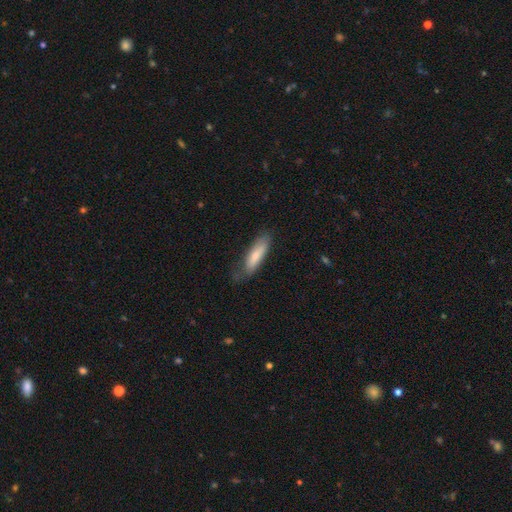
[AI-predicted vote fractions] Smooth or featured? smooth (76%)
How rounded? cigar-shaped (61%)
Merging? none (62%)